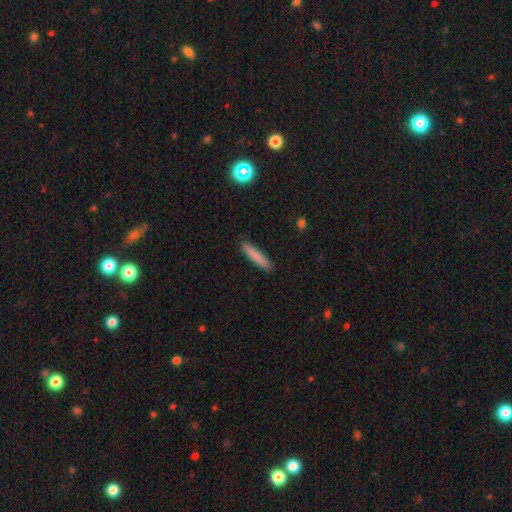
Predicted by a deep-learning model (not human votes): smooth 84%, featured or disk 9%, star or artifact 7%. Down the decision tree: how rounded — cigar-shaped (89%); merging — none (90%).